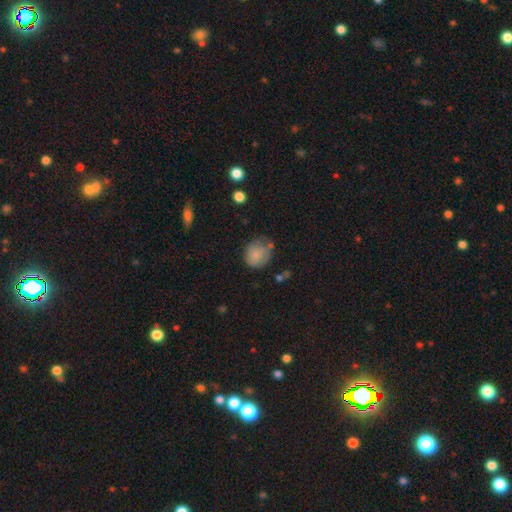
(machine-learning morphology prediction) Smooth or featured: smooth — 76% (featured or disk — 15%)
How rounded: round — 80% (in between — 19%)
Merging: none — 54% (minor disturbance — 30%)